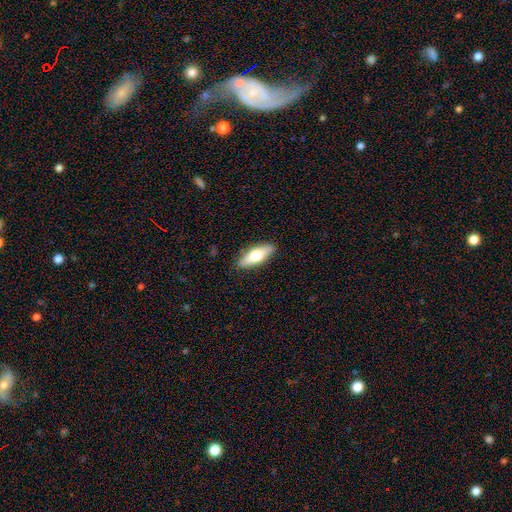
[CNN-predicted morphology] The model was most divided on "how rounded": in between: 63%, cigar-shaped: 35%, round: 2%. More confident: merging — none (88%); smooth or featured — smooth (61%).